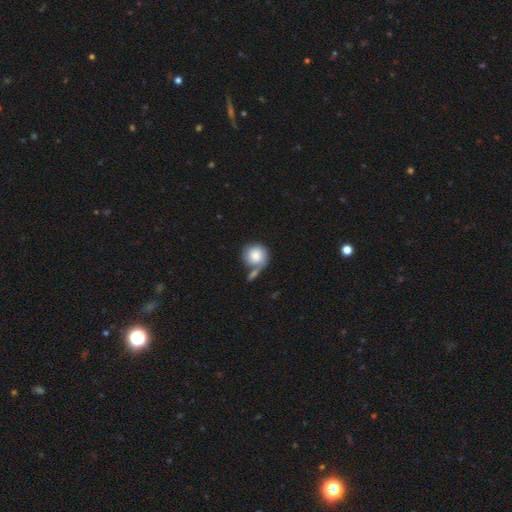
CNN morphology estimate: smooth_or_featured: smooth (p=0.78) [alt: featured or disk p=0.16]
how_rounded: round (p=0.88) [alt: in between p=0.11]
merging: none (p=0.41) [alt: merger p=0.32]